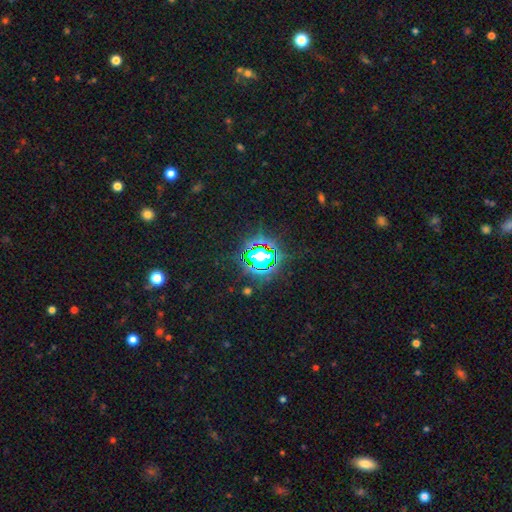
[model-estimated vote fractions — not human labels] A star or artifact, not a galaxy (72%).

Vote fractions:
- Smooth or featured? star or artifact: 72% / smooth: 18% / featured or disk: 10%